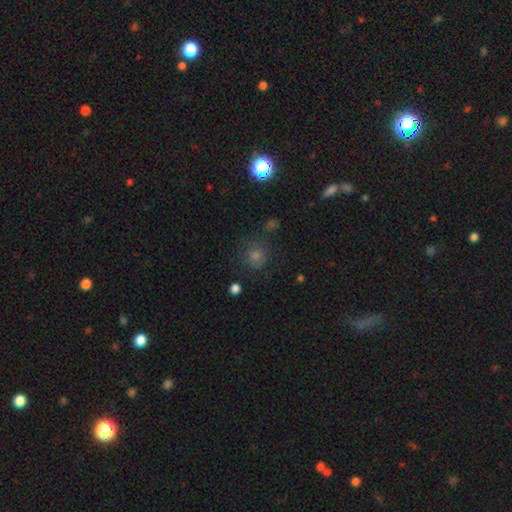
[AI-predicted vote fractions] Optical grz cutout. It shows a smooth galaxy with no disk features (55%) that is round (88%). Merging: none (79%).